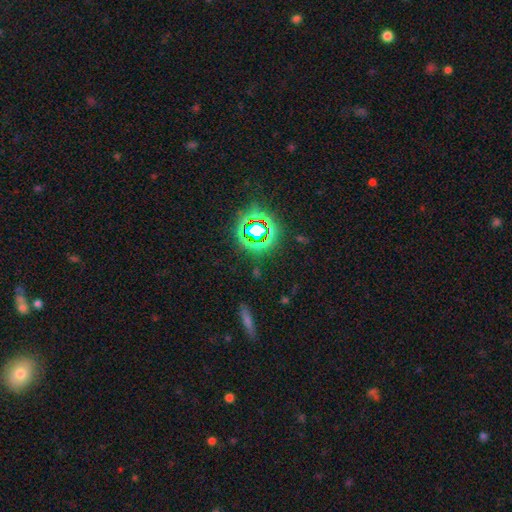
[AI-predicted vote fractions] Smooth or featured?
  - star or artifact: 70% *
  - smooth: 19%
  - featured or disk: 10%